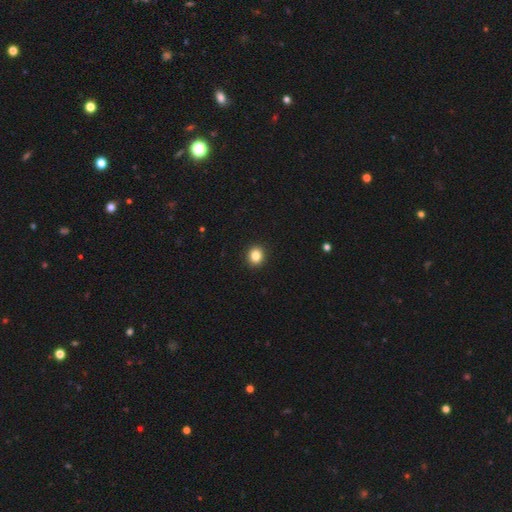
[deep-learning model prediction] Smooth or featured? smooth (84%)
How rounded? round (82%)
Merging? none (93%)